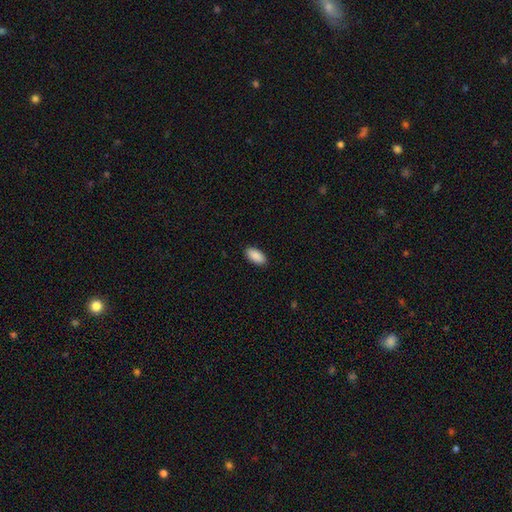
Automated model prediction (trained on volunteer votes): smooth_or_featured: smooth (p=0.91) [alt: star or artifact p=0.06]
how_rounded: in between (p=0.95) [alt: cigar-shaped p=0.03]
merging: none (p=0.90) [alt: minor disturbance p=0.07]